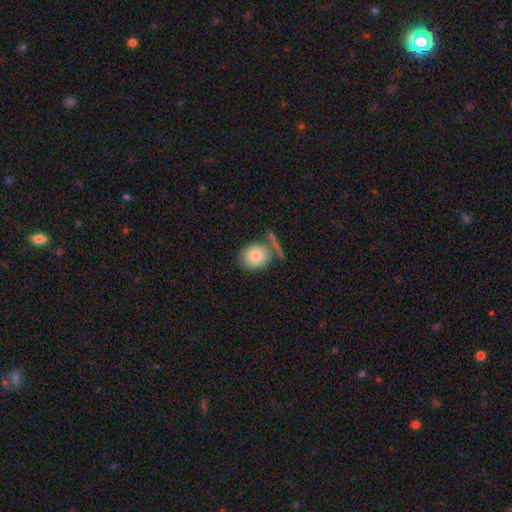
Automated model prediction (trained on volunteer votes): smooth_or_featured: smooth (p=0.81) [alt: featured or disk p=0.12]
how_rounded: round (p=0.72) [alt: in between p=0.26]
merging: none (p=0.60) [alt: merger p=0.18]